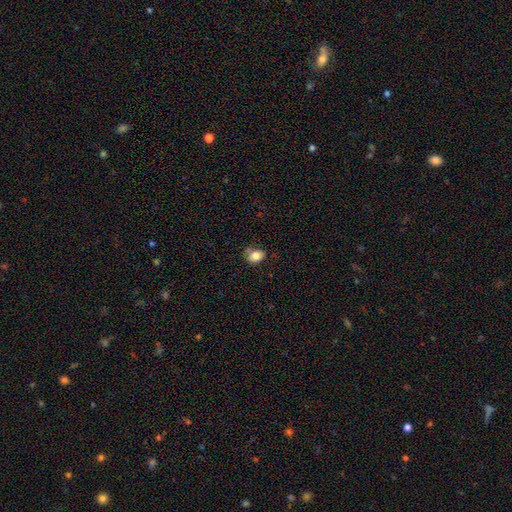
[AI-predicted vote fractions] Smooth or featured?
  - smooth: 79% *
  - featured or disk: 11%
  - star or artifact: 9%
How rounded?
  - in between: 61% *
  - round: 38%
  - cigar-shaped: 1%
Merging?
  - none: 55% *
  - minor disturbance: 32%
  - major disturbance: 9%
  - merger: 3%